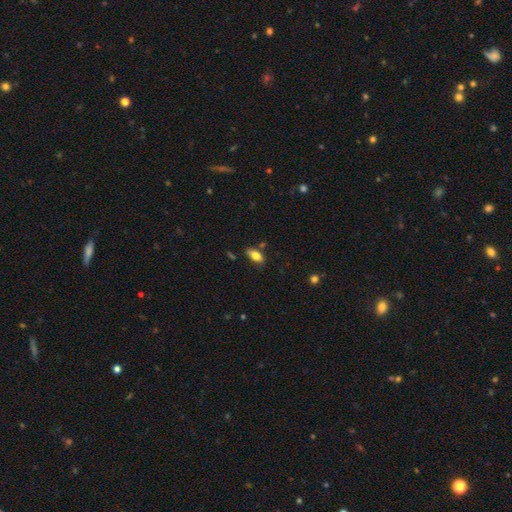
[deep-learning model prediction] This is likely a smooth galaxy (74%). How rounded: clearly in between (85%). Merging: likely none (71%).